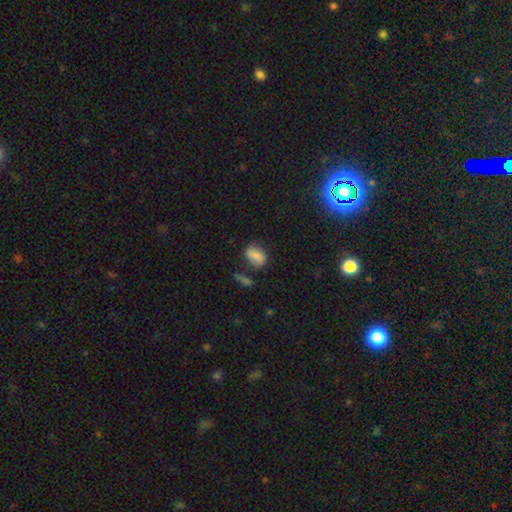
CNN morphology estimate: Smooth or featured: smooth — 74% (featured or disk — 16%)
How rounded: in between — 70% (round — 28%)
Merging: none — 60% (minor disturbance — 23%)